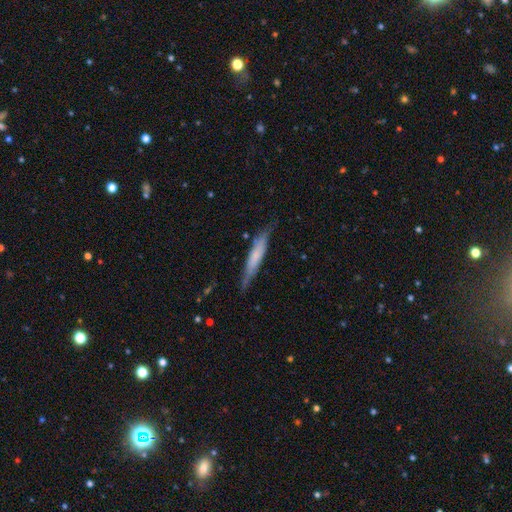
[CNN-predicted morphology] Smooth or featured: smooth — 53% (featured or disk — 41%)
How rounded: cigar-shaped — 90% (in between — 9%)
Merging: none — 72% (minor disturbance — 21%)